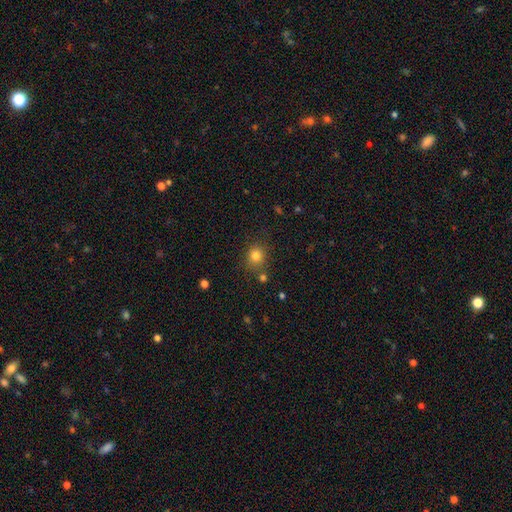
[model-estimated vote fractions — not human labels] smooth 80%, star or artifact 13%, featured or disk 6%. Down the decision tree: how rounded — round (81%); merging — none (78%).